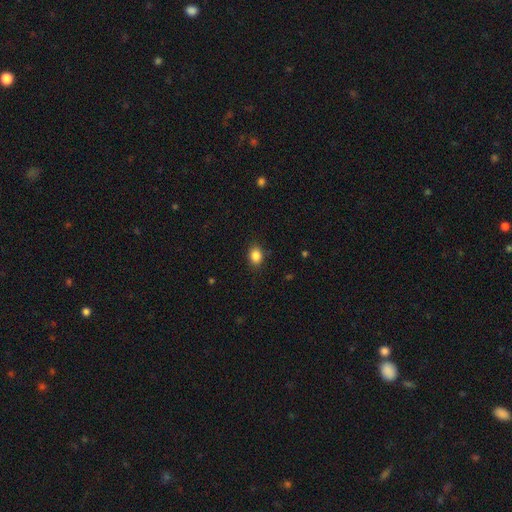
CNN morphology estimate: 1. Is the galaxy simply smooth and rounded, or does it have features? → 86% smooth, 10% star or artifact, 4% featured or disk.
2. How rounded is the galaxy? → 59% in between, 40% round, 1% cigar-shaped.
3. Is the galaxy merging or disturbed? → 86% none, 10% minor disturbance, 3% major disturbance, 1% merger.